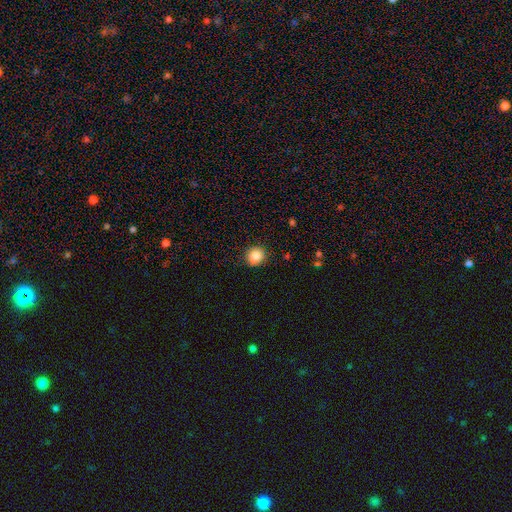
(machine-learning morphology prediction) smooth 86%, star or artifact 9%, featured or disk 5%. Down the decision tree: how rounded — round (87%); merging — none (87%).